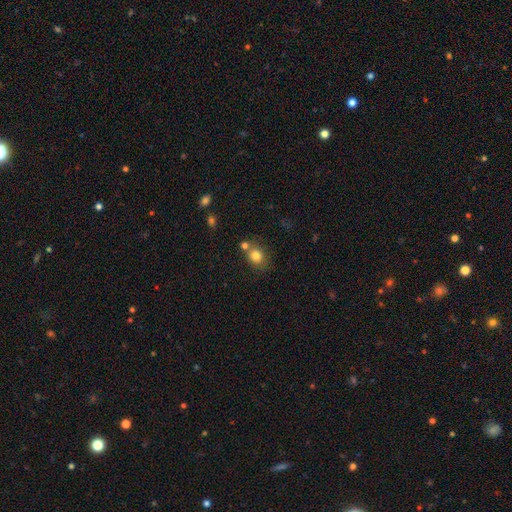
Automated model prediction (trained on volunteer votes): This is clearly a smooth galaxy (81%). How rounded: likely round (67%). Merging: likely none (64%).